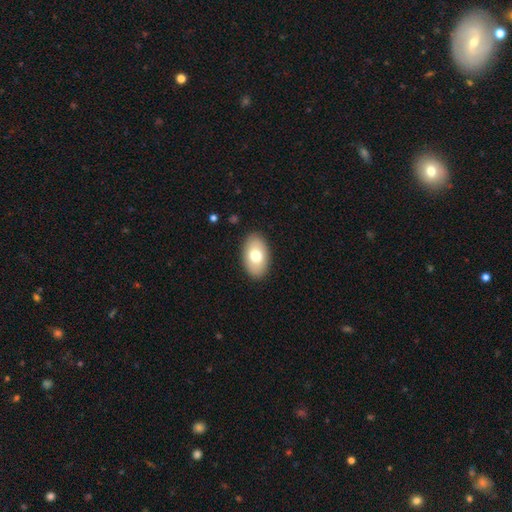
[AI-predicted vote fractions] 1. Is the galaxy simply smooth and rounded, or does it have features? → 73% smooth, 20% featured or disk, 7% star or artifact.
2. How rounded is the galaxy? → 93% in between, 6% round, 1% cigar-shaped.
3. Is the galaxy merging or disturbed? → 89% none, 8% minor disturbance, 2% major disturbance, 1% merger.